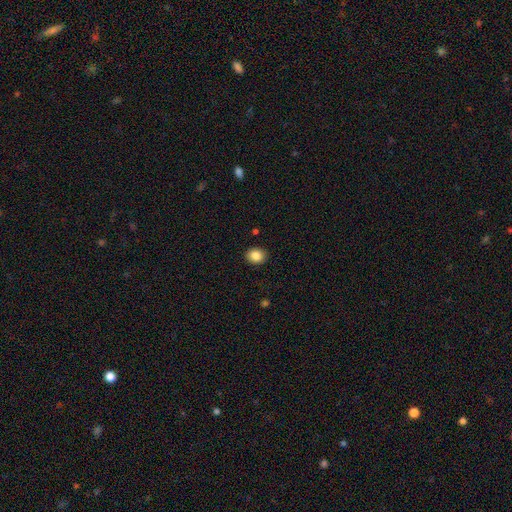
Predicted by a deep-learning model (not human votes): Smooth or featured: smooth — 86% (star or artifact — 9%)
How rounded: round — 59% (in between — 41%)
Merging: none — 90% (minor disturbance — 7%)